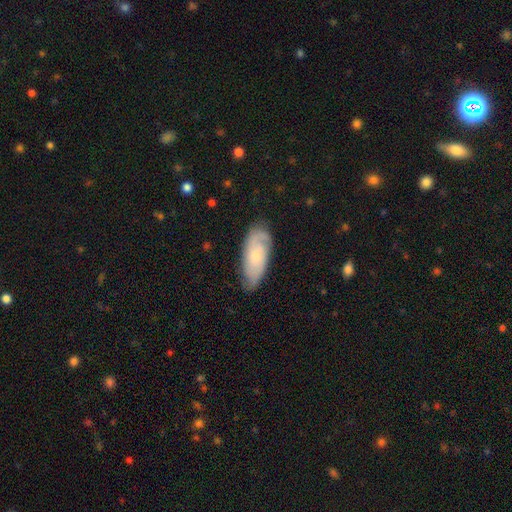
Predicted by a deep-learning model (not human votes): Smooth or featured: featured or disk — 63% (smooth — 31%)
Edge-on disk: no — 90% (yes — 10%)
Bar: no — 77% (weak — 19%)
Spiral arms: yes — 89% (no — 11%)
Spiral winding: tight — 56% (medium — 33%)
Spiral arm count: 2 — 44% (can't tell — 34%)
Bulge size: small — 70% (moderate — 24%)
Merging: none — 74% (minor disturbance — 20%)